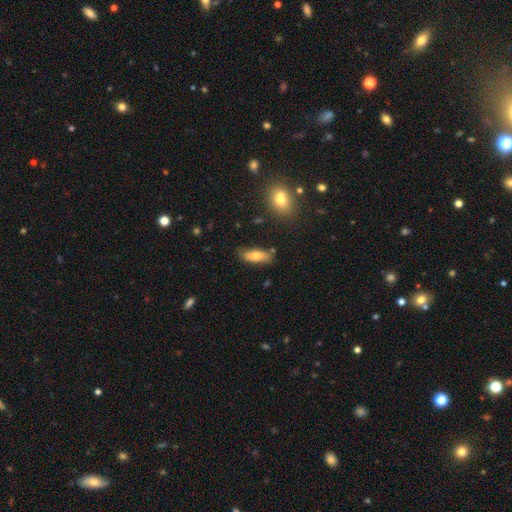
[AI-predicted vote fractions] Overall: smooth (73%). How rounded: in between (70%). Merging: none (75%).